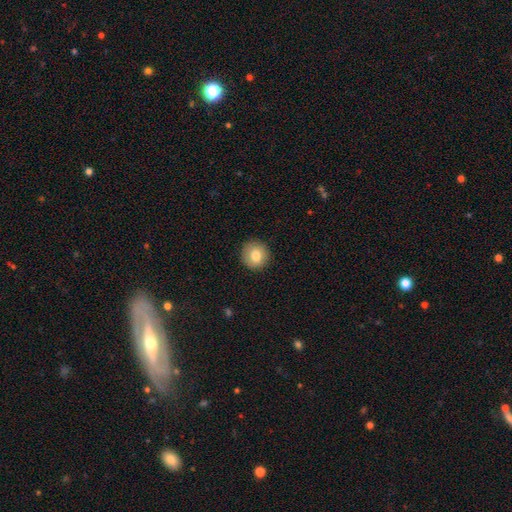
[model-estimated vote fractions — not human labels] Q: Smooth or featured?
A: smooth (80%); runner-up: featured or disk (11%)
Q: How rounded?
A: round (93%); runner-up: in between (6%)
Q: Merging?
A: none (91%); runner-up: minor disturbance (6%)